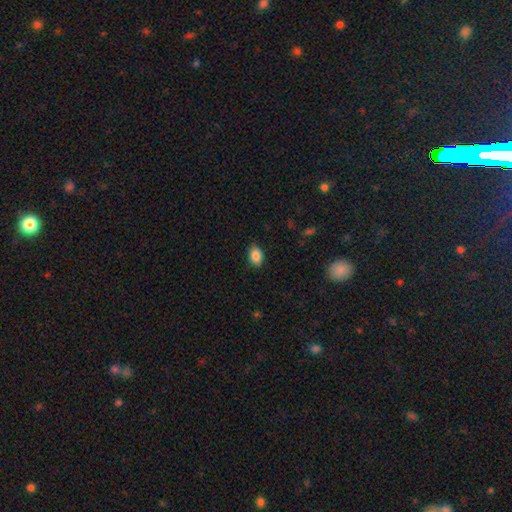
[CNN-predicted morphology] type=smooth (87%); roundness=in between (86%); merging=none (85%).